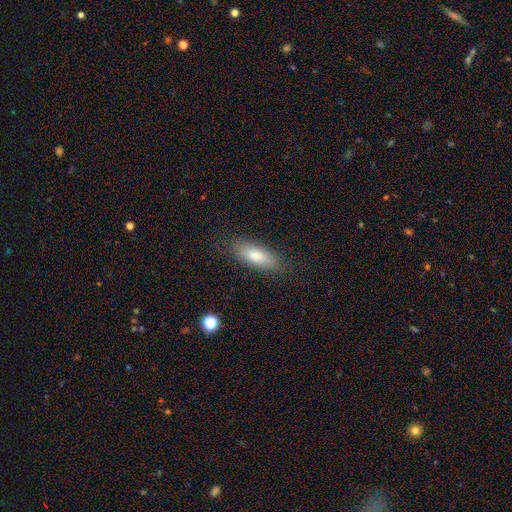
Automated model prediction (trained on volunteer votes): Overall: smooth (79%). How rounded: in between (73%). Merging: none (83%).